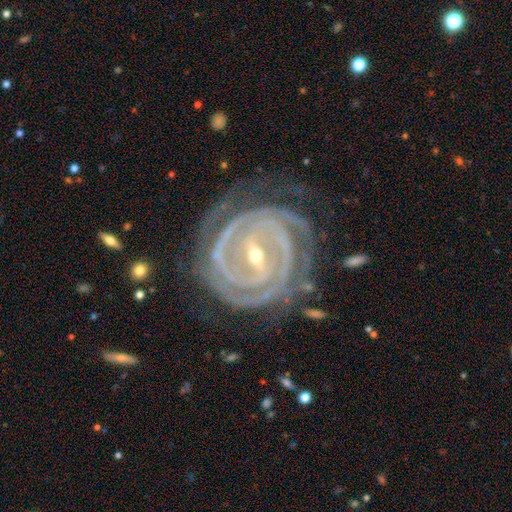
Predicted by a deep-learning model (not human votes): featured or disk 92%, star or artifact 4%, smooth 3%. Down the decision tree: edge-on disk — no (97%); bar — strong (59%); spiral arms — yes (98%); spiral arm count — 2 (33%); spiral winding — tight (83%); bulge size — small (64%); merging — none (69%).